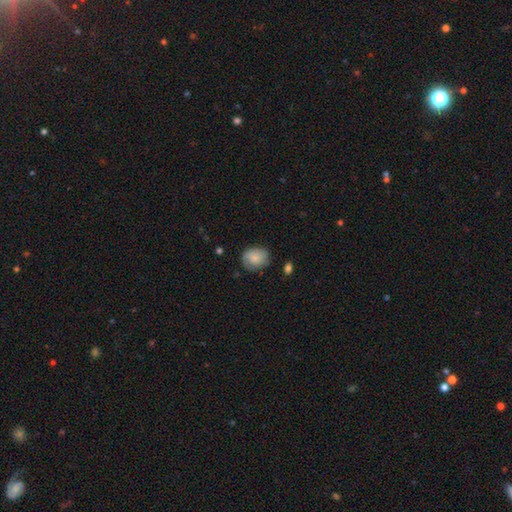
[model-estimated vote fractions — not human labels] Q: Smooth or featured?
A: smooth (76%); runner-up: featured or disk (16%)
Q: How rounded?
A: round (51%); runner-up: in between (48%)
Q: Merging?
A: none (73%); runner-up: minor disturbance (21%)